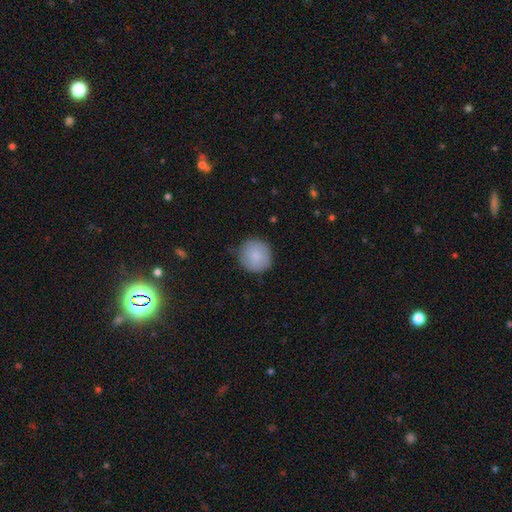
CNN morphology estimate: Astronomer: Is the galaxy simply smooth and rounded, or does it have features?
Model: smooth — 85%.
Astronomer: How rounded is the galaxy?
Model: round — 93%.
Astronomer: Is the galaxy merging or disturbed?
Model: none — 81%.